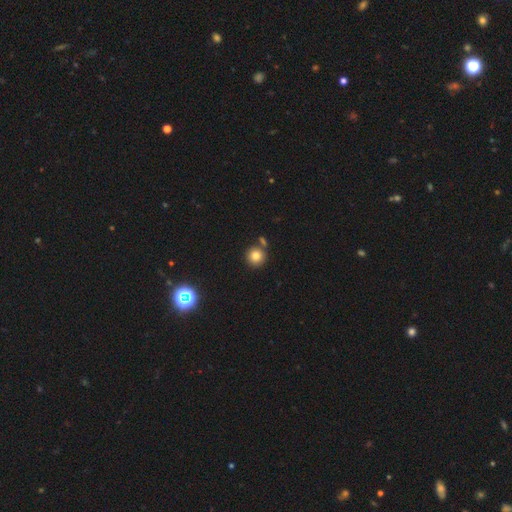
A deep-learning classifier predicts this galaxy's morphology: A smooth galaxy with no disk features (80%) that is round (94%). Merging: none (75%).